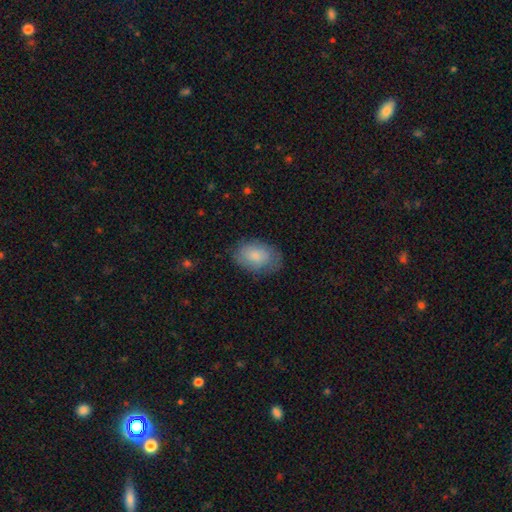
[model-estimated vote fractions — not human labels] This is likely a smooth galaxy (79%). How rounded: clearly in between (86%). Merging: likely none (72%).